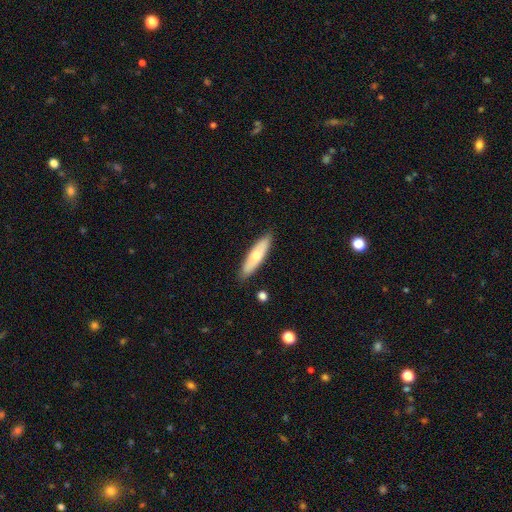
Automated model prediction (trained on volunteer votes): Smooth or featured? smooth (58%)
How rounded? cigar-shaped (67%)
Merging? none (87%)